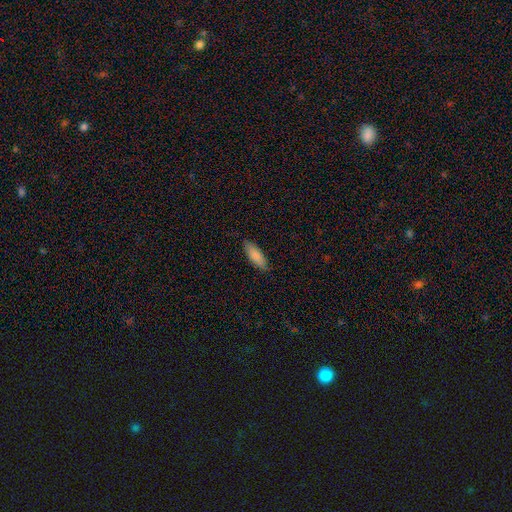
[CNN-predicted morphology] smooth 87%, featured or disk 8%, star or artifact 6%. Down the decision tree: how rounded — in between (65%); merging — none (85%).